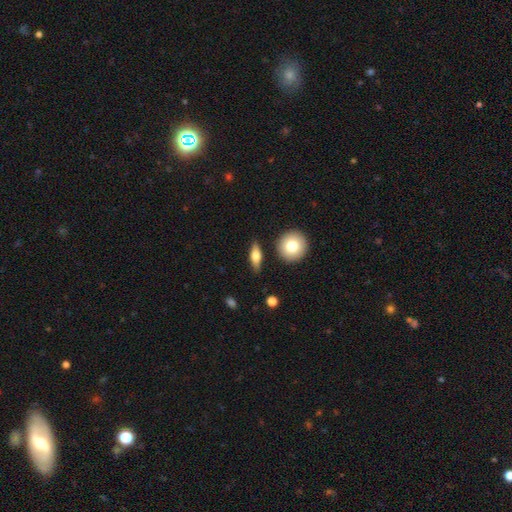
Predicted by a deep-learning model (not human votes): Morphology: type=smooth (58%); roundness=in between (58%); merging=none (84%).